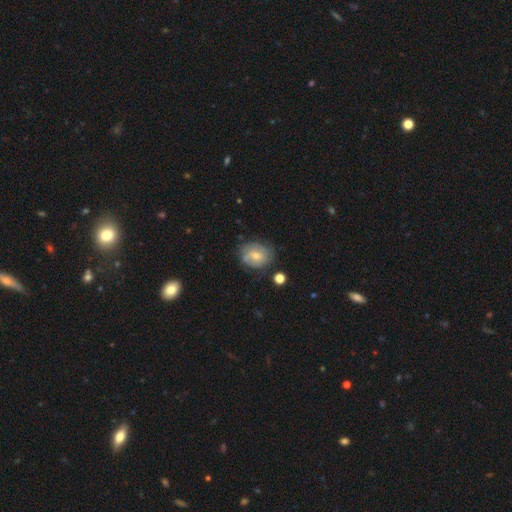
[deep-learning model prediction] Morphology: type=smooth (50%); roundness=round (50%); merging=none (65%).